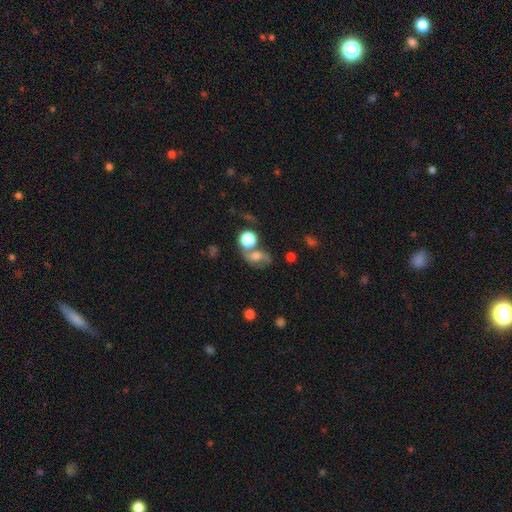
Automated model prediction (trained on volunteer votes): Overall: featured or disk (50%; smooth 36%). Edge-on disk: no (95%). Merging: none (50%; merger 25%).